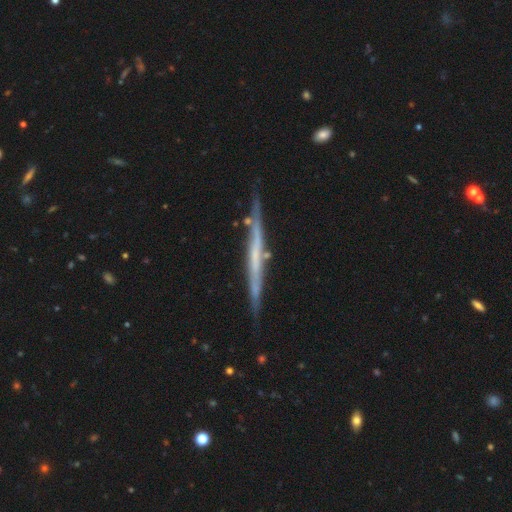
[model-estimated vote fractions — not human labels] Smooth or featured? Predicted: featured or disk (p=0.68). Edge-on disk? Predicted: yes (p=0.95). Edge-on bulge? Predicted: none (p=0.87). Merging? Predicted: none (p=0.80).